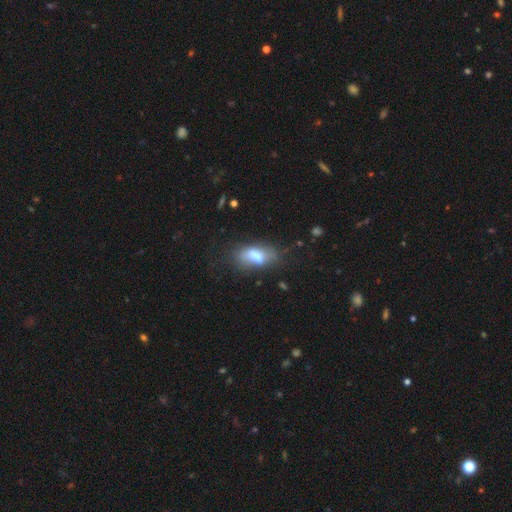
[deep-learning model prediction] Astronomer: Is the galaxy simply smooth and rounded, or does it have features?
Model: smooth — 62%.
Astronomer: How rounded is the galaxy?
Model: in between — 84%.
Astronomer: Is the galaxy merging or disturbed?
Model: none — 45% (runner-up: minor disturbance, 26%).